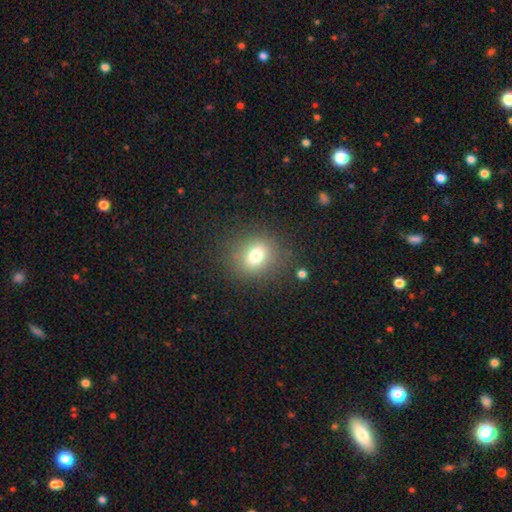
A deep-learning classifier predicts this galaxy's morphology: smooth-or-featured: smooth: 73% | star or artifact: 15% | featured or disk: 12%
  how-rounded: round: 67% | in between: 32% | cigar-shaped: 1%
  merging: none: 84% | minor disturbance: 9% | major disturbance: 5% | merger: 2%